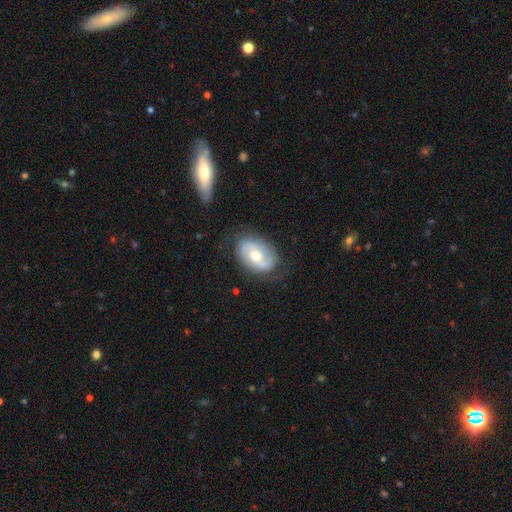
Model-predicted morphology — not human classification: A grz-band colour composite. It shows a featured or disk galaxy (59%) with no bar (51%), spiral arms (75%) and a moderate central bulge (70%). Merging: none (73%).